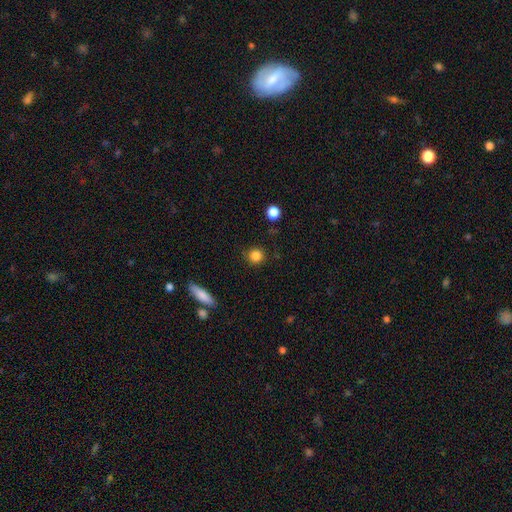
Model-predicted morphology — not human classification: Q: Smooth or featured?
A: smooth (85%); runner-up: star or artifact (11%)
Q: How rounded?
A: round (91%); runner-up: in between (8%)
Q: Merging?
A: none (87%); runner-up: minor disturbance (9%)